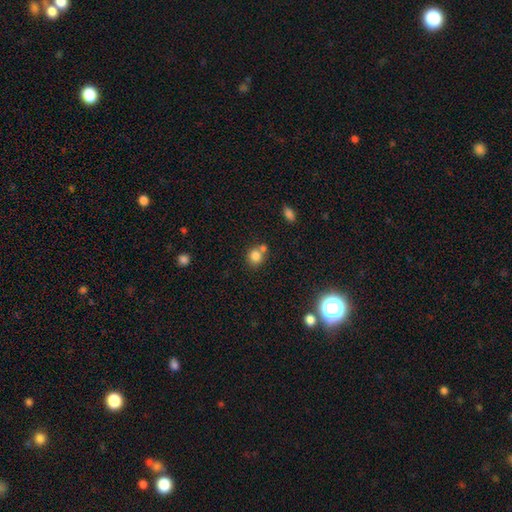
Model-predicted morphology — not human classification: smooth 81%, star or artifact 11%, featured or disk 7%. Down the decision tree: how rounded — round (80%); merging — none (51%).